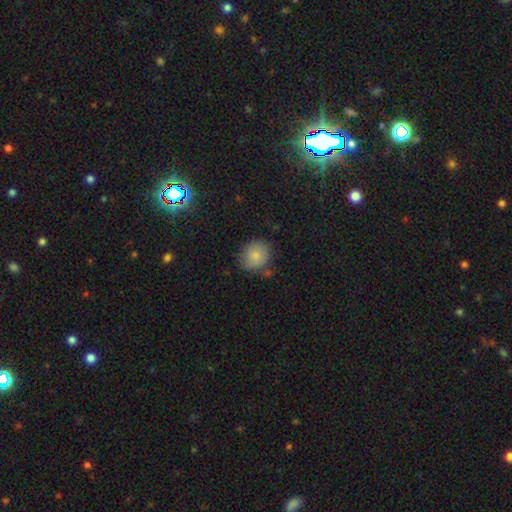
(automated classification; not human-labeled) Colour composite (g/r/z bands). It shows a smooth galaxy with no disk features (81%) that is round (77%). Merging: none (73%).